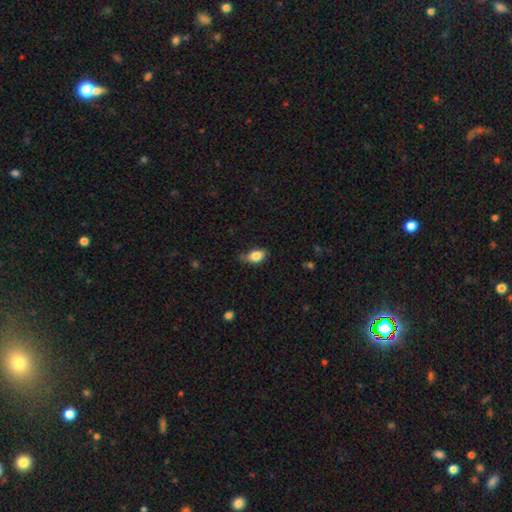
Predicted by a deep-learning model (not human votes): smooth 84%, featured or disk 8%, star or artifact 8%. Down the decision tree: how rounded — in between (88%); merging — none (61%).